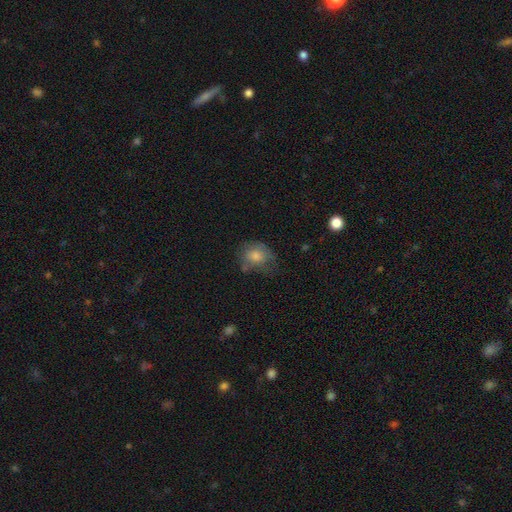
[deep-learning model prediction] Overall: smooth (68%). How rounded: round (59%; in between 39%). Merging: none (51%; minor disturbance 30%).